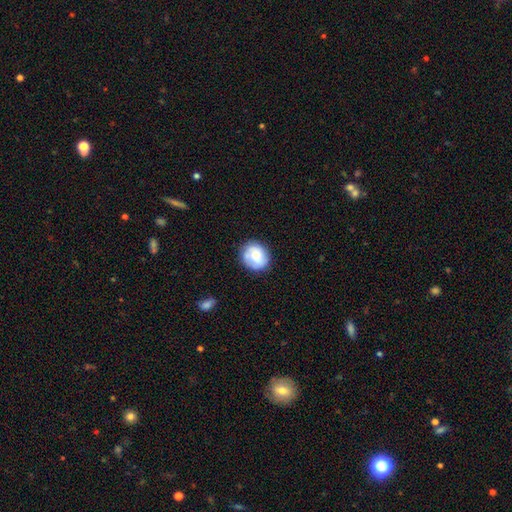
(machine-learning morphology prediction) A smooth galaxy with no disk features (62%) that is round (77%). Merging: none (77%).